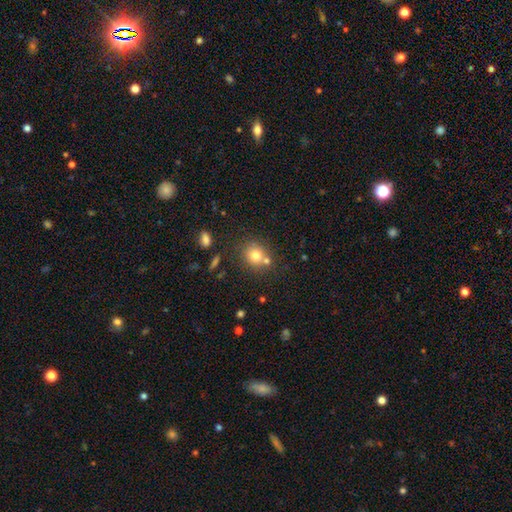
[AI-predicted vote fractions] Overall: smooth (74%). How rounded: round (83%). Merging: none (62%; merger 24%).